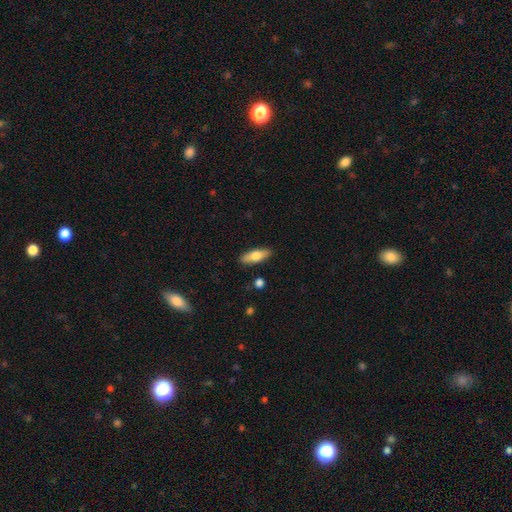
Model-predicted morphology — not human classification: This appears to be a smooth galaxy with no disk features (66%) that is in between round and cigar-shaped (60%). Merging: none (87%).